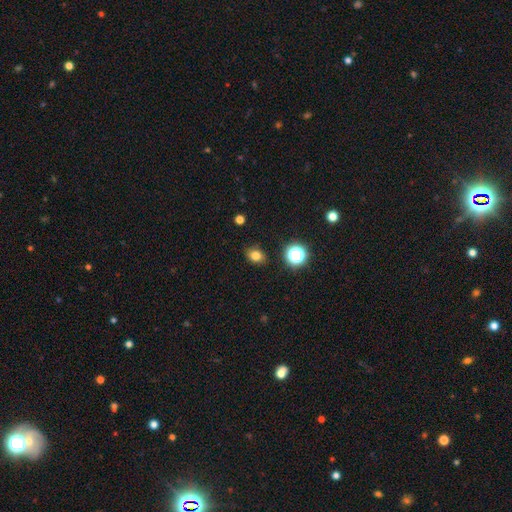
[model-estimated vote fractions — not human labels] Q: Smooth or featured?
A: smooth (78%); runner-up: star or artifact (15%)
Q: How rounded?
A: in between (57%); runner-up: round (42%)
Q: Merging?
A: none (86%); runner-up: minor disturbance (10%)